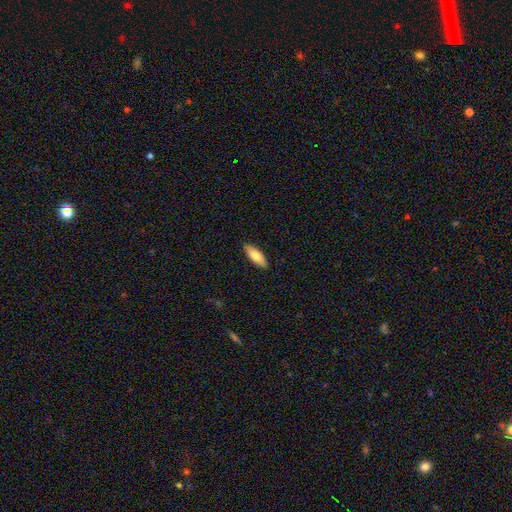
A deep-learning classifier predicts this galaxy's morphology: smooth 73%, featured or disk 21%, star or artifact 6%. Down the decision tree: how rounded — in between (60%); merging — none (90%).